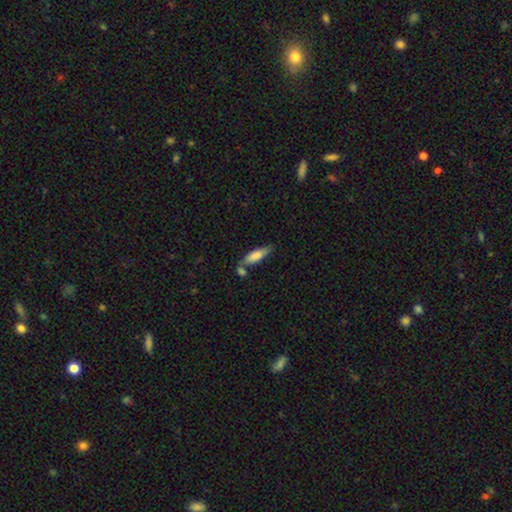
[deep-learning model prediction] Smooth or featured?
  - smooth: 78% *
  - featured or disk: 16%
  - star or artifact: 6%
How rounded?
  - cigar-shaped: 52% *
  - in between: 46%
  - round: 2%
Merging?
  - none: 56% *
  - merger: 21%
  - minor disturbance: 18%
  - major disturbance: 5%